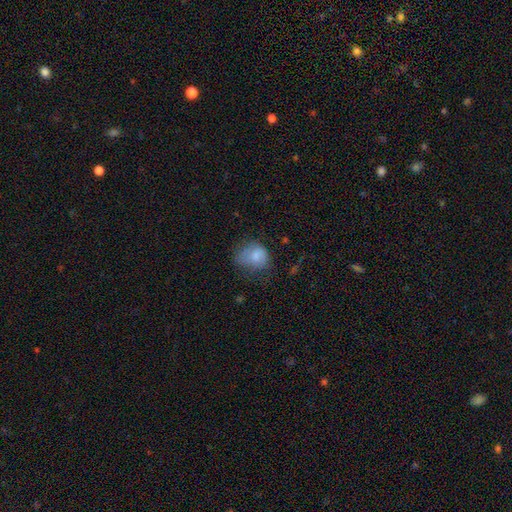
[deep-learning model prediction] Overall: smooth (72%). How rounded: in between (50%; round 49%). Merging: none (38%; minor disturbance 33%).